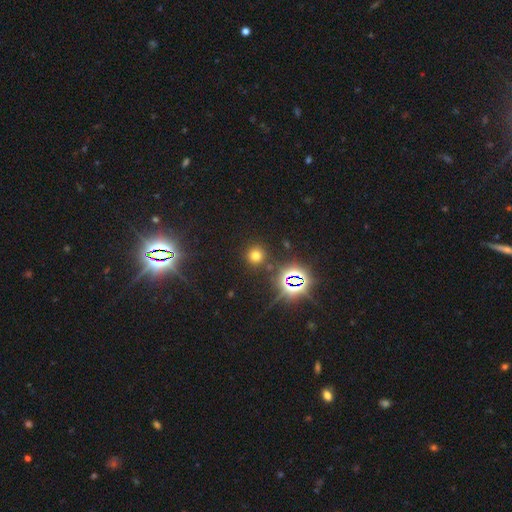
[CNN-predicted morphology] smooth 62%, star or artifact 30%, featured or disk 8%. Down the decision tree: how rounded — round (92%); merging — none (86%).